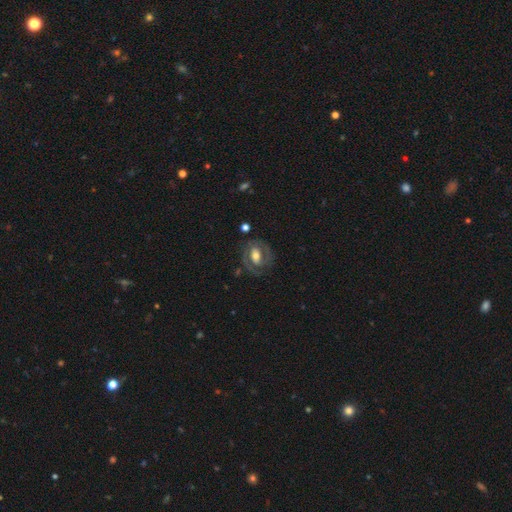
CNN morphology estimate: featured or disk 69%, smooth 24%, star or artifact 6%. Down the decision tree: edge-on disk — no (95%); bar — no (39%); spiral arms — yes (69%); bulge size — moderate (63%); merging — none (72%).